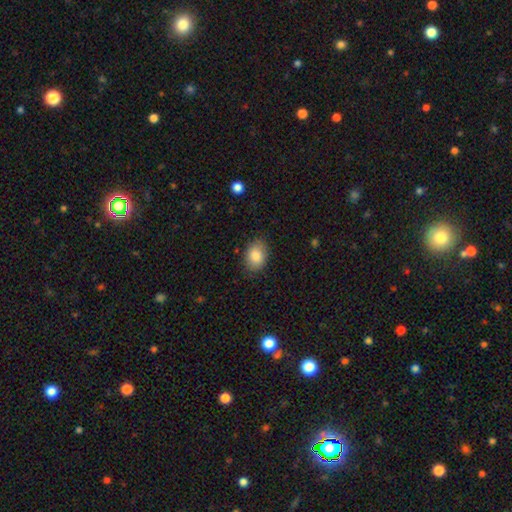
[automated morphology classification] A smooth galaxy with no disk features (85%) that is in between round and cigar-shaped (74%).

Vote fractions:
- Smooth or featured? smooth: 85% / star or artifact: 8% / featured or disk: 7%
- How rounded? in between: 74% / round: 25% / cigar-shaped: 1%
- Merging? none: 83% / minor disturbance: 13% / major disturbance: 3% / merger: 1%